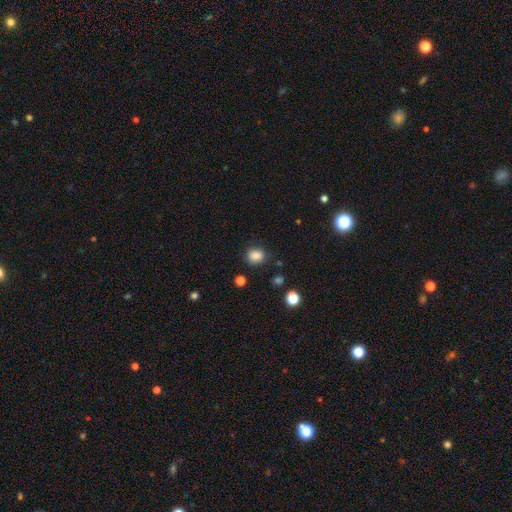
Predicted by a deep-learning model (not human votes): Smooth or featured? Predicted: smooth (p=0.84). How rounded? Predicted: round (p=0.64). Merging? Predicted: none (p=0.80).